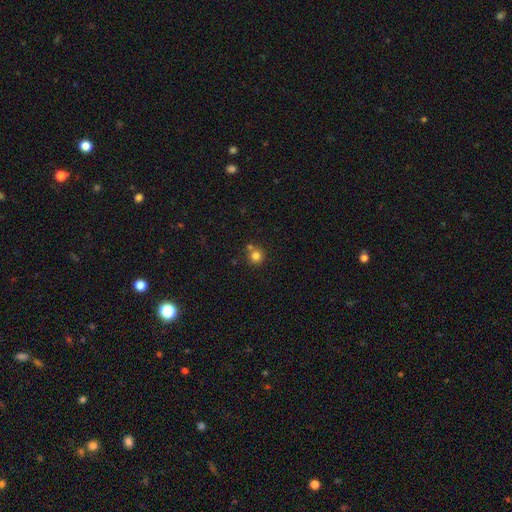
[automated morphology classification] Q: Smooth or featured?
A: smooth (81%); runner-up: star or artifact (13%)
Q: How rounded?
A: round (93%); runner-up: in between (6%)
Q: Merging?
A: none (68%); runner-up: merger (21%)